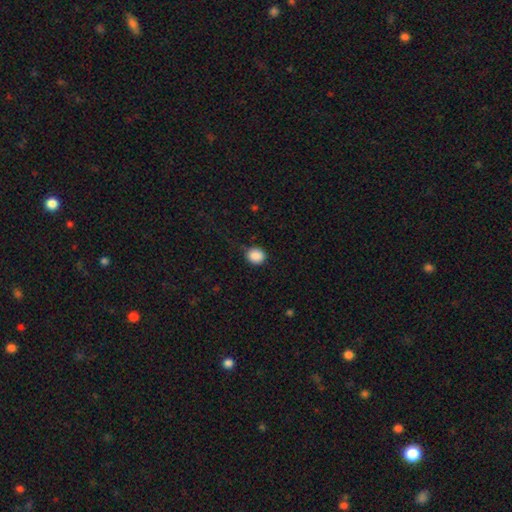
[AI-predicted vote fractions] smooth-or-featured: smooth: 88% | star or artifact: 9% | featured or disk: 3%
  how-rounded: round: 79% | in between: 20% | cigar-shaped: 1%
  merging: none: 78% | minor disturbance: 17% | major disturbance: 4% | merger: 1%